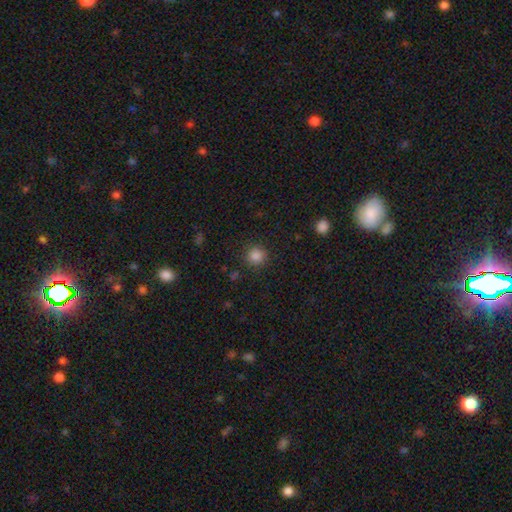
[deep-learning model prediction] Smooth or featured?
  - smooth: 85% *
  - star or artifact: 12%
  - featured or disk: 3%
How rounded?
  - round: 93% *
  - in between: 6%
  - cigar-shaped: 1%
Merging?
  - none: 89% *
  - minor disturbance: 7%
  - major disturbance: 3%
  - merger: 1%